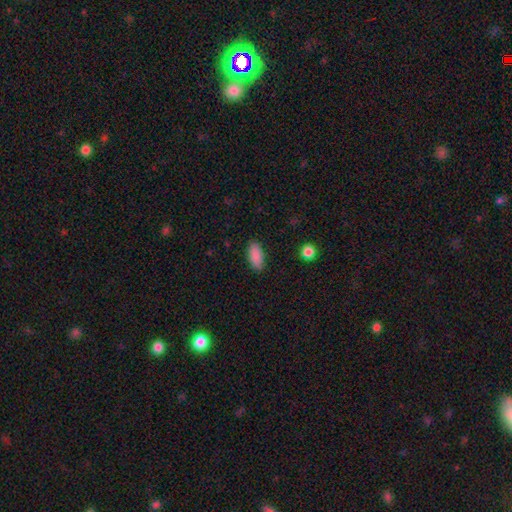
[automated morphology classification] This appears to be a smooth galaxy with no disk features (89%) that is in between round and cigar-shaped (88%). Merging: none (88%).